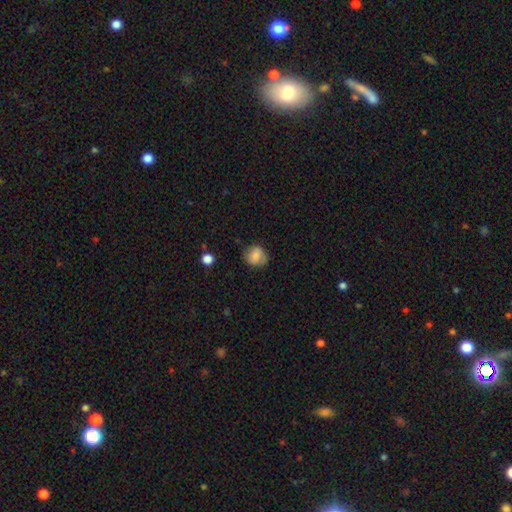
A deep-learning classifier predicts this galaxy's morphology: This appears to be a smooth galaxy with no disk features (79%) that is round (76%). Merging: none (71%).